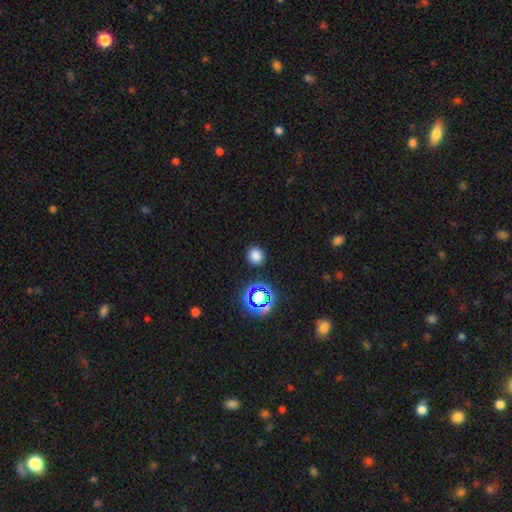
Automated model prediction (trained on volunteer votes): The model was most divided on "smooth or featured": smooth: 76%, star or artifact: 19%, featured or disk: 5%. More confident: merging — none (88%); how rounded — round (84%).